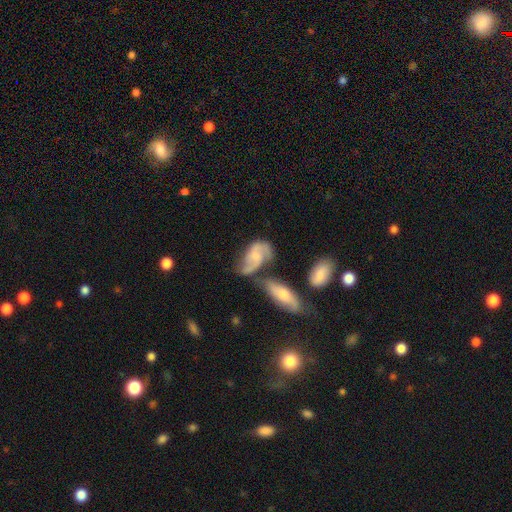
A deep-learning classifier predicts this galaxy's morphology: smooth-or-featured: featured or disk: 70% | smooth: 23% | star or artifact: 6%
  disk-edge-on: no: 96% | yes: 4%
    bar: no: 56% | weak: 38% | strong: 7%
    has-spiral-arms: yes: 90% | no: 10%
      spiral-winding: loose: 53% | medium: 37% | tight: 10%
      spiral-arm-count: 2: 84% | can't tell: 7% | 1: 4% | 3: 2% | 4: 1% | more than 4: 1%
    bulge-size: small: 50% | moderate: 32% | none: 14% | large: 3% | dominant: 1%
  merging: none: 33% | merger: 32% | minor disturbance: 20% | major disturbance: 15%